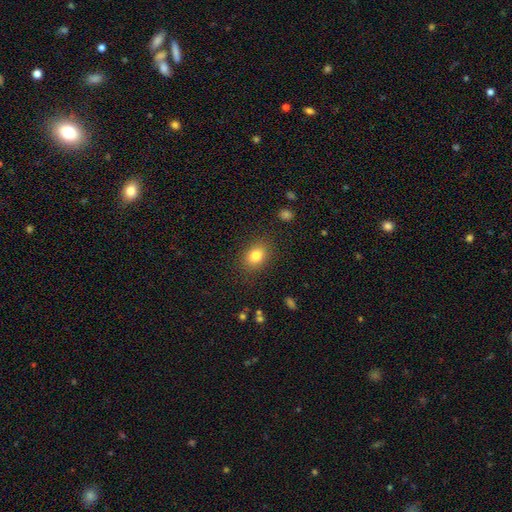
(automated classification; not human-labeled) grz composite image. It shows a smooth galaxy with no disk features (81%) that is in between round and cigar-shaped (59%). Merging: none (85%).